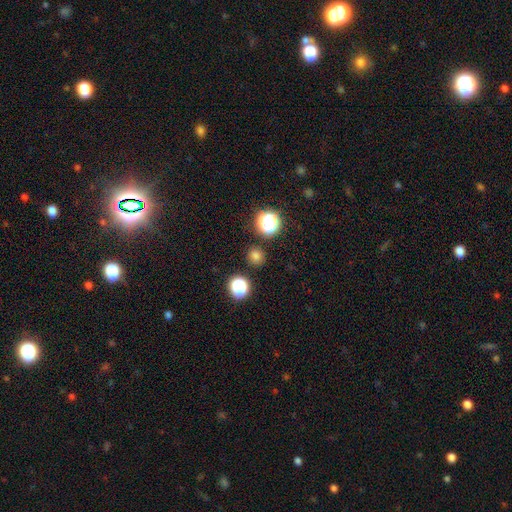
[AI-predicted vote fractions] A smooth galaxy with no disk features (73%) that is round (91%).

Vote fractions:
- Smooth or featured? smooth: 73% / star or artifact: 22% / featured or disk: 5%
- How rounded? round: 91% / in between: 8% / cigar-shaped: 1%
- Merging? none: 88% / minor disturbance: 6% / merger: 3% / major disturbance: 2%